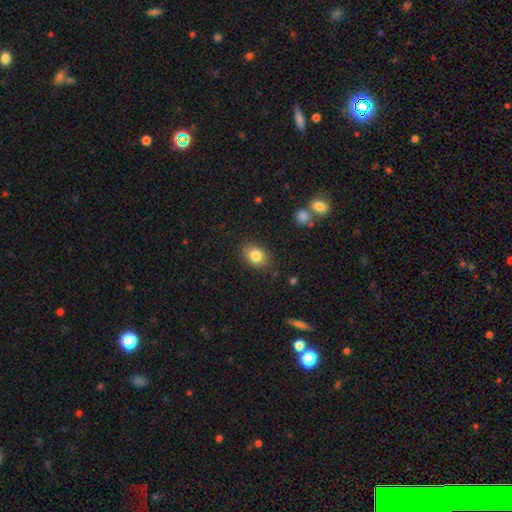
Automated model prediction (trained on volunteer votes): Smooth or featured? Predicted: smooth (p=0.83). How rounded? Predicted: in between (p=0.65). Merging? Predicted: none (p=0.84).